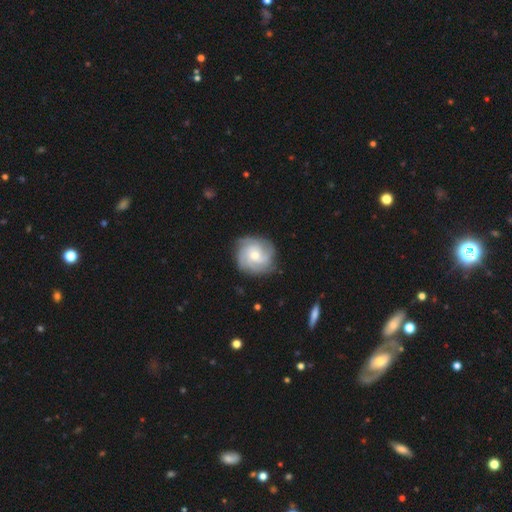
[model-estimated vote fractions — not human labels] A featured or disk galaxy (78%) with no bar (68%), 3 (36%) tight (62%) spiral arms (96%) and a moderate central bulge (59%).

Vote fractions:
- Smooth or featured? featured or disk: 78% / smooth: 16% / star or artifact: 6%
- Edge-on disk? no: 98% / yes: 2%
- Bar? no: 68% / weak: 28% / strong: 4%
- Spiral arms? yes: 96% / no: 4%
- Spiral winding? tight: 62% / medium: 31% / loose: 7%
- Spiral arm count? 3: 36% / can't tell: 22% / 4: 19% / 2: 11% / more than 4: 6% / 1: 6%
- Bulge size? moderate: 59% / small: 35% / large: 4% / none: 1% / dominant: 1%
- Merging? none: 81% / minor disturbance: 14% / major disturbance: 4% / merger: 1%